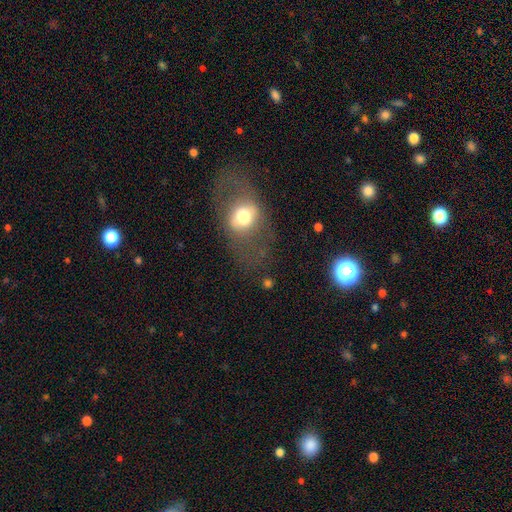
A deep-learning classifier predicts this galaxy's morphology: This is possibly a smooth galaxy (45%). Merging: likely none (73%).